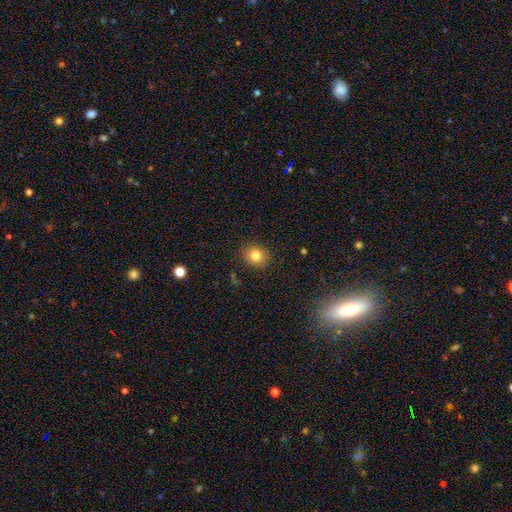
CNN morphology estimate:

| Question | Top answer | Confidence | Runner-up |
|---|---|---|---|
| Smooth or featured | smooth | 82% | star or artifact (11%) |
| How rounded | round | 70% | in between (29%) |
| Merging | none | 88% | minor disturbance (8%) |